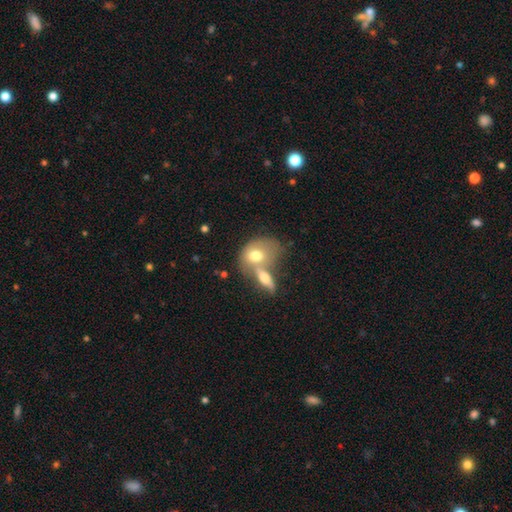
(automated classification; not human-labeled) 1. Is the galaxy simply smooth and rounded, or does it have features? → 66% smooth, 28% featured or disk, 7% star or artifact.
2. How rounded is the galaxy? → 68% in between, 28% round, 3% cigar-shaped.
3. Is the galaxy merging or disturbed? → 62% merger, 22% none, 9% minor disturbance, 6% major disturbance.